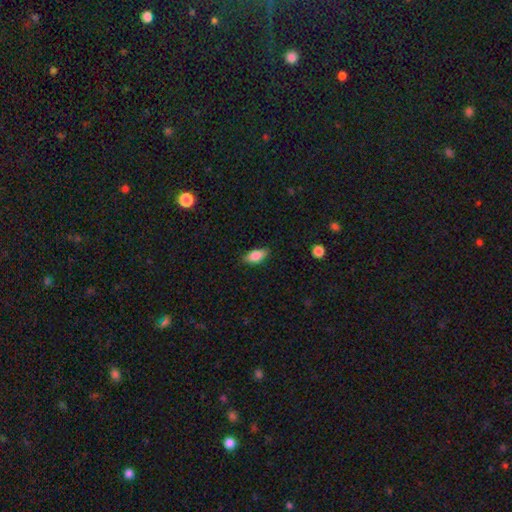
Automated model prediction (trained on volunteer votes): Smooth or featured?
  - smooth: 79% *
  - featured or disk: 14%
  - star or artifact: 7%
How rounded?
  - in between: 85% *
  - cigar-shaped: 12%
  - round: 4%
Merging?
  - none: 84% *
  - minor disturbance: 12%
  - major disturbance: 2%
  - merger: 1%